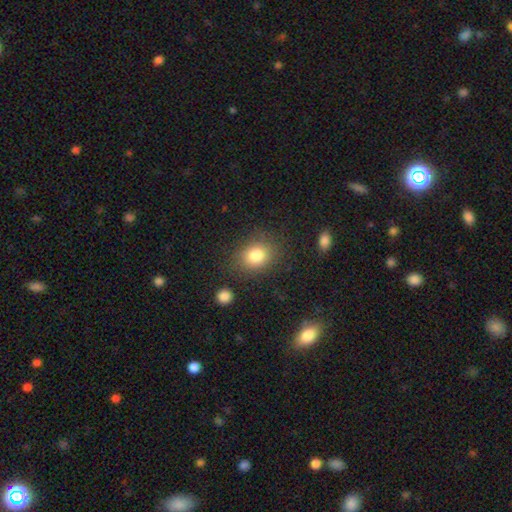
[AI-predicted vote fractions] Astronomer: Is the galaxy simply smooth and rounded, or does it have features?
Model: smooth — 83%.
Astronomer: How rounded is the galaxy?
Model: round — 51% (runner-up: in between, 48%).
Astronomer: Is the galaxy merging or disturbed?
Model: none — 79%.